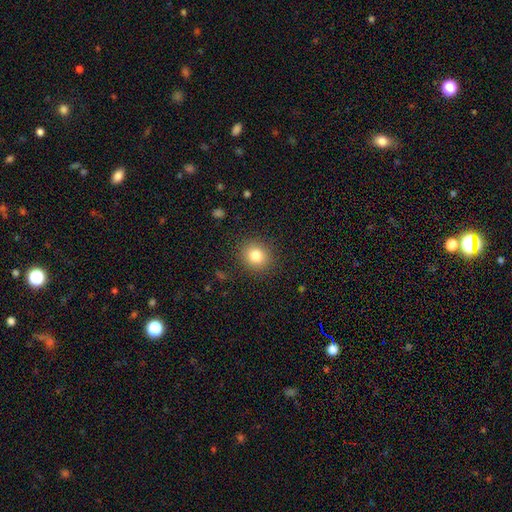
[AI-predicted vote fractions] Morphology: type=smooth (82%); roundness=round (78%); merging=none (88%).